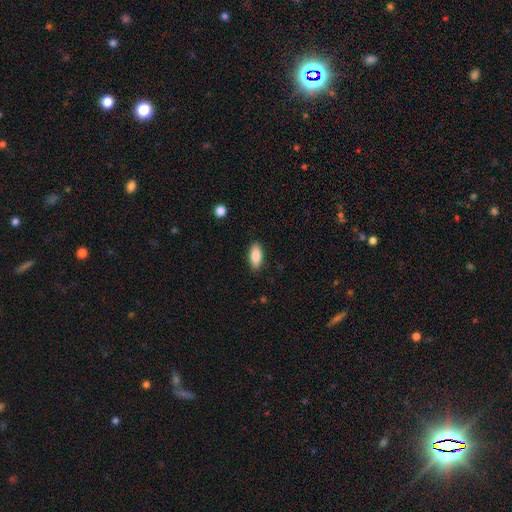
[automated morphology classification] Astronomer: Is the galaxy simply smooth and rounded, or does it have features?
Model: smooth — 86%.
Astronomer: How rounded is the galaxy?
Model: in between — 84%.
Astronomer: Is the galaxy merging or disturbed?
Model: none — 88%.